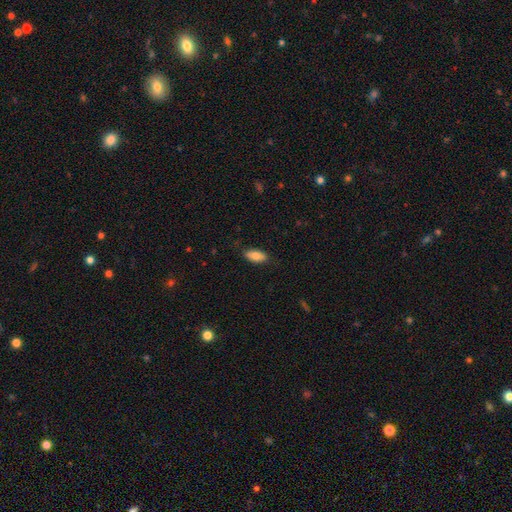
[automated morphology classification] Smooth or featured?
  - smooth: 79% *
  - featured or disk: 14%
  - star or artifact: 7%
How rounded?
  - in between: 88% *
  - cigar-shaped: 9%
  - round: 3%
Merging?
  - none: 83% *
  - minor disturbance: 14%
  - major disturbance: 2%
  - merger: 1%